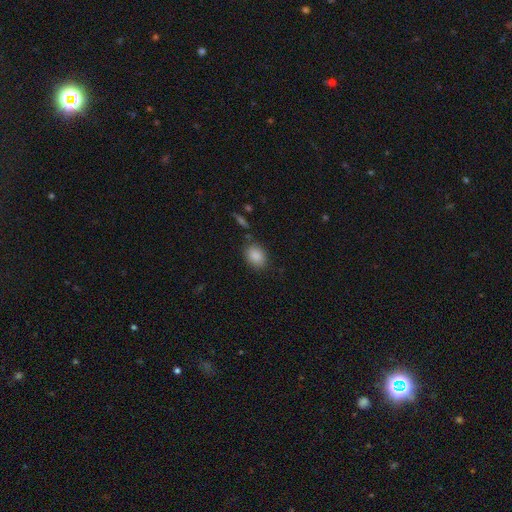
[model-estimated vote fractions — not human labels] smooth-or-featured: smooth: 87% | star or artifact: 8% | featured or disk: 5%
  how-rounded: in between: 71% | round: 27% | cigar-shaped: 1%
  merging: none: 80% | minor disturbance: 13% | major disturbance: 4% | merger: 3%